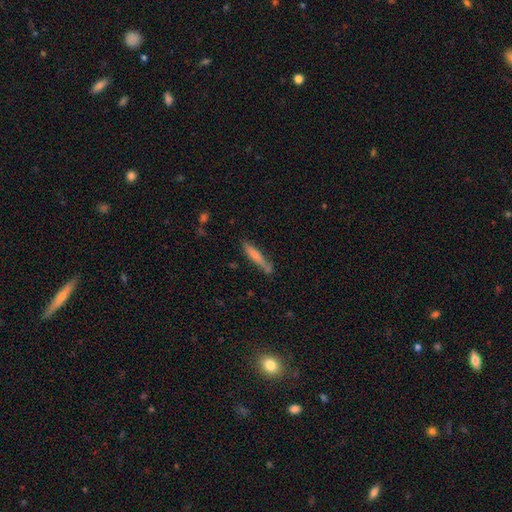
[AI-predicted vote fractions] smooth 70%, featured or disk 23%, star or artifact 7%. Down the decision tree: how rounded — cigar-shaped (91%); merging — none (70%).